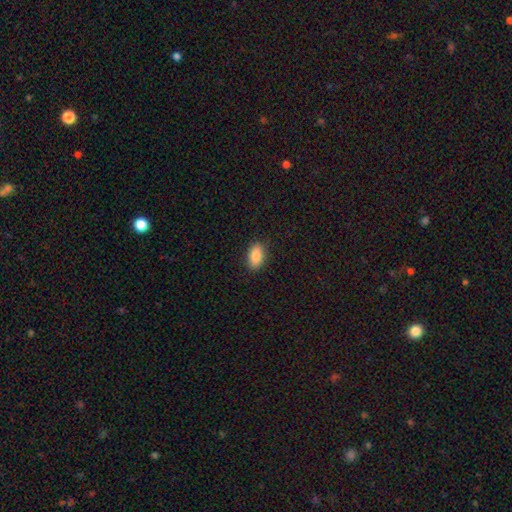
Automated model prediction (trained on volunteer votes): Smooth or featured: smooth — 88% (star or artifact — 7%)
How rounded: in between — 91% (round — 5%)
Merging: none — 88% (minor disturbance — 8%)